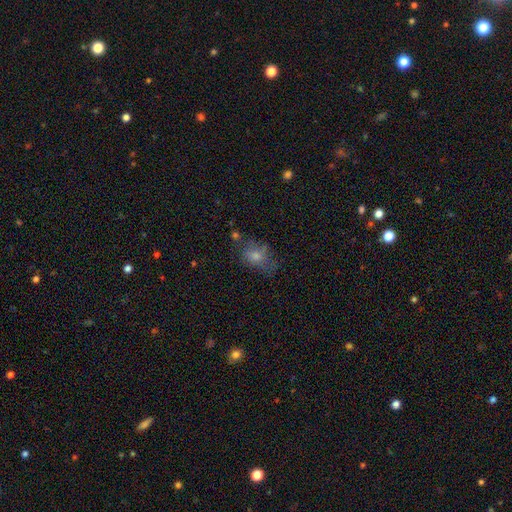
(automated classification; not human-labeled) Smooth or featured? smooth (57%)
How rounded? in between (63%)
Merging? none (57%)